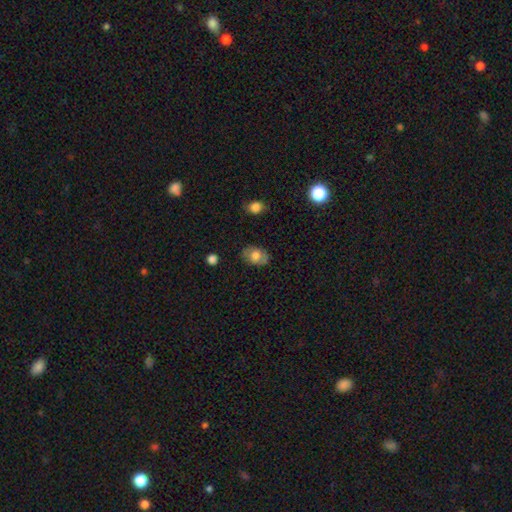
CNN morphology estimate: smooth-or-featured: smooth: 71% | featured or disk: 21% | star or artifact: 8%
  how-rounded: in between: 82% | round: 16% | cigar-shaped: 1%
  merging: none: 81% | minor disturbance: 14% | major disturbance: 3% | merger: 1%